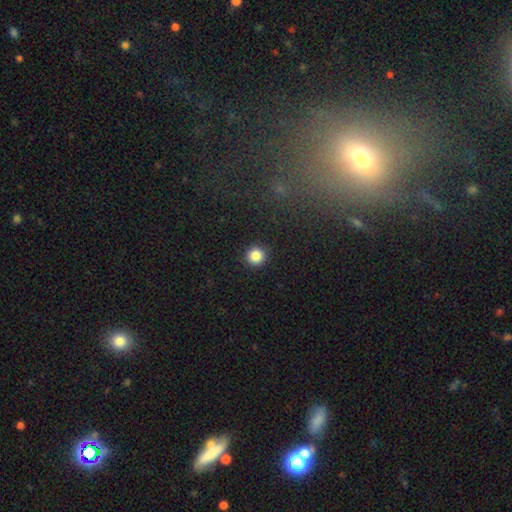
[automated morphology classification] smooth-or-featured: smooth: 85% | star or artifact: 11% | featured or disk: 4%
  how-rounded: round: 95% | in between: 4% | cigar-shaped: 1%
  merging: none: 93% | minor disturbance: 5% | major disturbance: 2% | merger: 1%